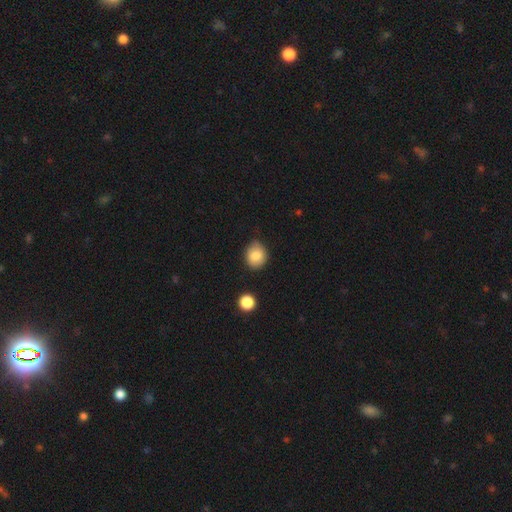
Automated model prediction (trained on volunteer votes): smooth_or_featured: smooth (p=0.83) [alt: star or artifact p=0.09]
how_rounded: round (p=0.65) [alt: in between p=0.34]
merging: none (p=0.74) [alt: minor disturbance p=0.20]